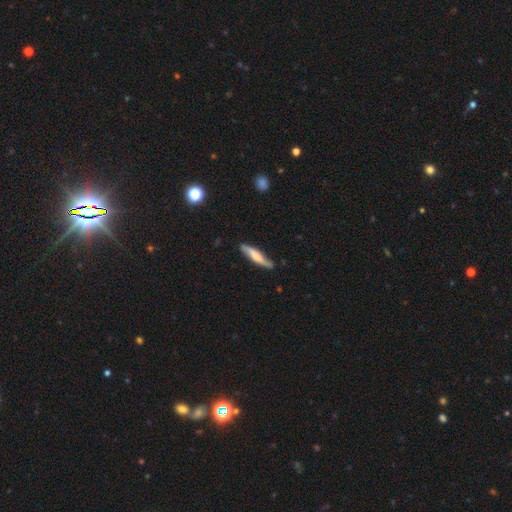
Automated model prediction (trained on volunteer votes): This appears to be a smooth galaxy with no disk features (51%) that is cigar-shaped (86%). Merging: none (79%).